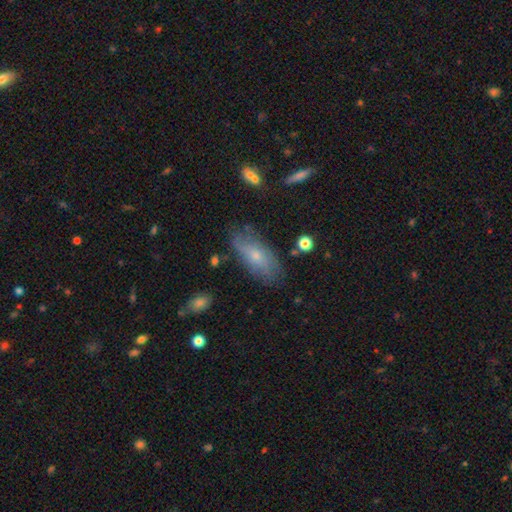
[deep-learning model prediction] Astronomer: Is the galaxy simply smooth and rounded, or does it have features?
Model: smooth — 52% (runner-up: featured or disk, 39%).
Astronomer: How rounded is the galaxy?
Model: in between — 80%.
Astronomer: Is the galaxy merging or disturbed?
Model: none — 69%.